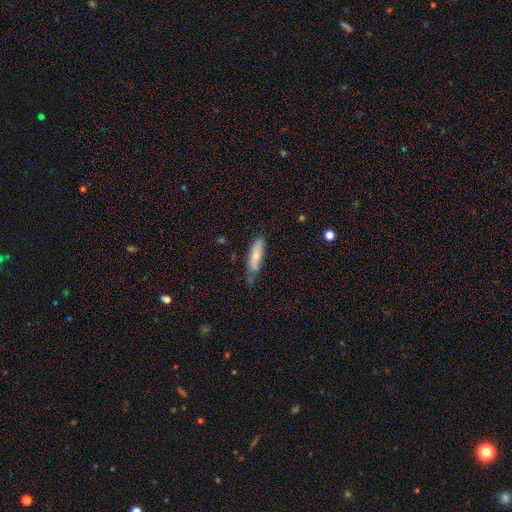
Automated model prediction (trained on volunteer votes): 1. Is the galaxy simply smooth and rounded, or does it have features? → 77% smooth, 17% featured or disk, 6% star or artifact.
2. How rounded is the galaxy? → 57% cigar-shaped, 41% in between, 2% round.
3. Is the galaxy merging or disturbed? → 64% none, 27% minor disturbance, 5% major disturbance, 3% merger.